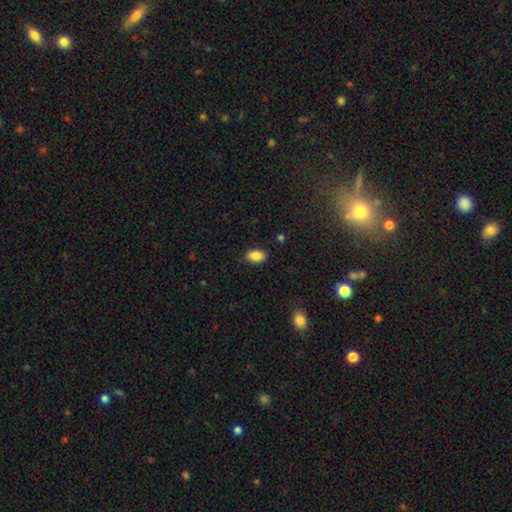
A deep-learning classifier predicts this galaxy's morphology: smooth 87%, star or artifact 8%, featured or disk 5%. Down the decision tree: how rounded — in between (91%); merging — none (88%).